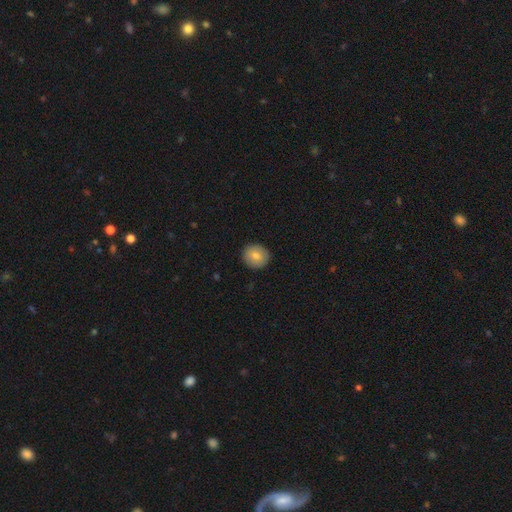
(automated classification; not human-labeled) Smooth or featured?
  - smooth: 79% *
  - featured or disk: 14%
  - star or artifact: 7%
How rounded?
  - round: 88% *
  - in between: 11%
  - cigar-shaped: 1%
Merging?
  - none: 91% *
  - minor disturbance: 6%
  - major disturbance: 2%
  - merger: 1%